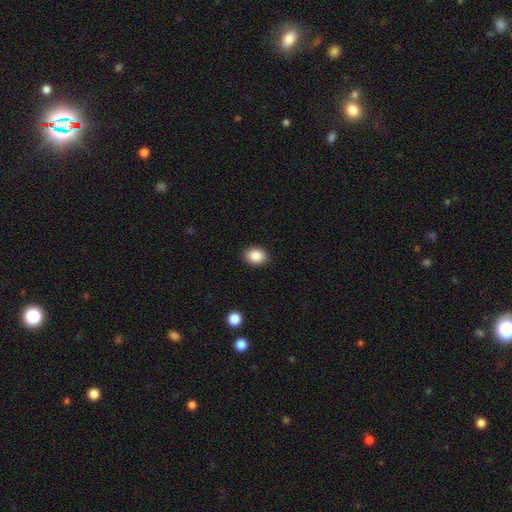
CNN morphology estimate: smooth-or-featured: smooth: 88% | star or artifact: 8% | featured or disk: 4%
  how-rounded: in between: 57% | round: 42% | cigar-shaped: 1%
  merging: none: 89% | minor disturbance: 8% | major disturbance: 2% | merger: 1%